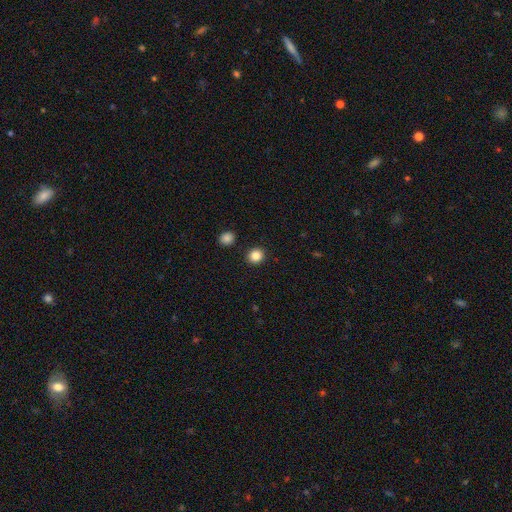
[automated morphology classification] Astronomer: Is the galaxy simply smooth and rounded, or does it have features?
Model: smooth — 85%.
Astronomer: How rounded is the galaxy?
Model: round — 87%.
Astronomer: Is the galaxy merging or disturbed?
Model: none — 91%.